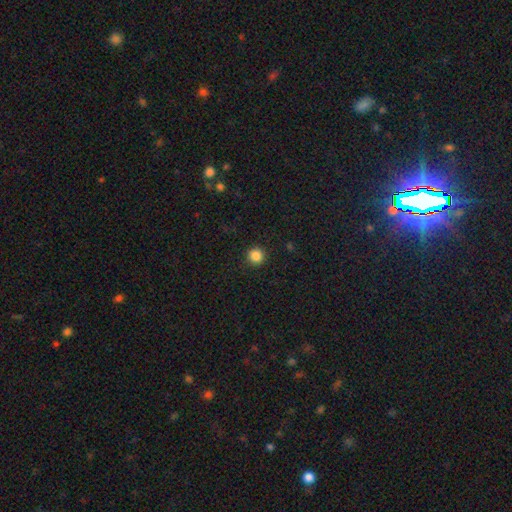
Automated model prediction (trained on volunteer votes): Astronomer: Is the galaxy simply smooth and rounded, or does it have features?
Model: smooth — 86%.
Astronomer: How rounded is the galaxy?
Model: round — 95%.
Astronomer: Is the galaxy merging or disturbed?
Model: none — 93%.